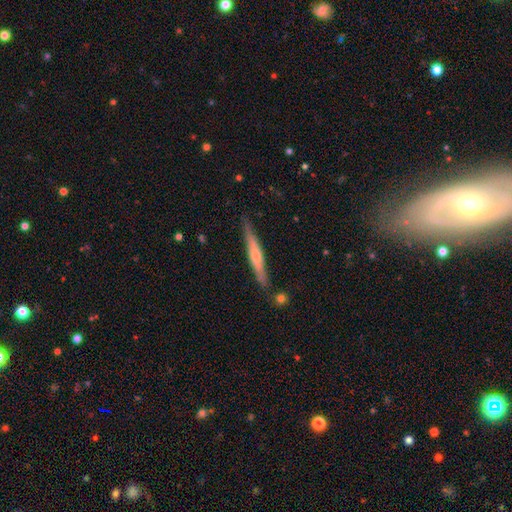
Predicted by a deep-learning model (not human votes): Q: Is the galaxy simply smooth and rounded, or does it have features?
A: featured or disk — 54%.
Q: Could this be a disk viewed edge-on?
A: yes — 94%.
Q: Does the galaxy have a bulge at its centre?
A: rounded — 58%.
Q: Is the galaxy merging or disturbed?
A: none — 82%.